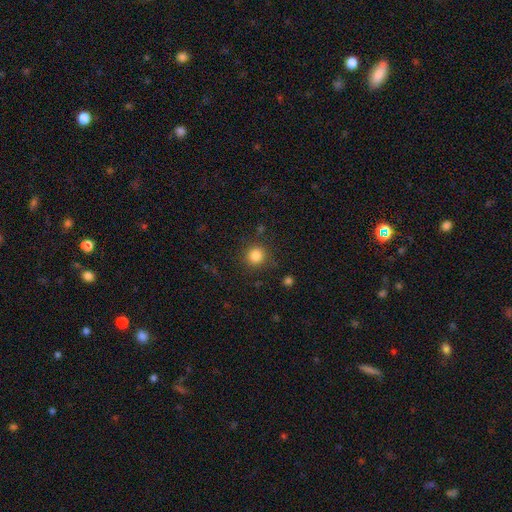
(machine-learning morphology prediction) Q: Smooth or featured?
A: smooth (84%); runner-up: star or artifact (12%)
Q: How rounded?
A: round (92%); runner-up: in between (7%)
Q: Merging?
A: none (86%); runner-up: minor disturbance (8%)